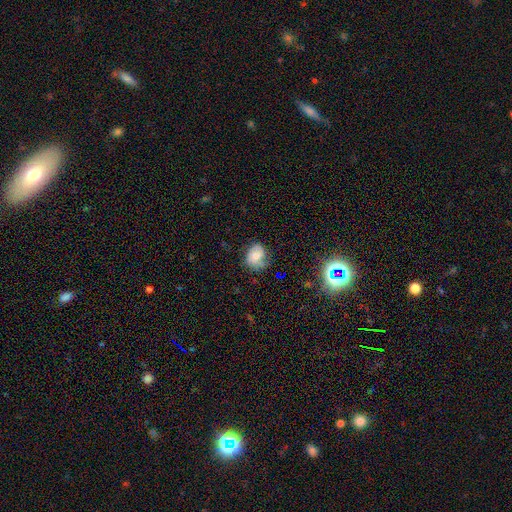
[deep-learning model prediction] Smooth or featured? featured or disk (56%)
Edge-on disk? no (97%)
Bar? no (62%)
Spiral arms? yes (89%)
Bulge size? moderate (53%)
Merging? none (62%)